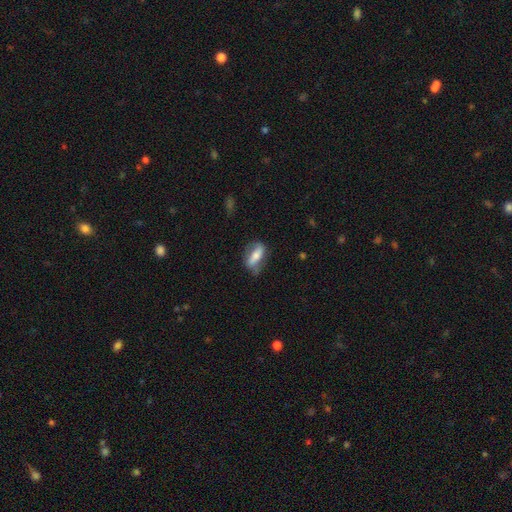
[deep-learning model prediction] A smooth galaxy with no disk features (53%) that is in between round and cigar-shaped (71%).

Vote fractions:
- Smooth or featured? smooth: 53% / featured or disk: 39% / star or artifact: 7%
- How rounded? in between: 71% / cigar-shaped: 23% / round: 5%
- Merging? none: 59% / minor disturbance: 26% / major disturbance: 12% / merger: 2%